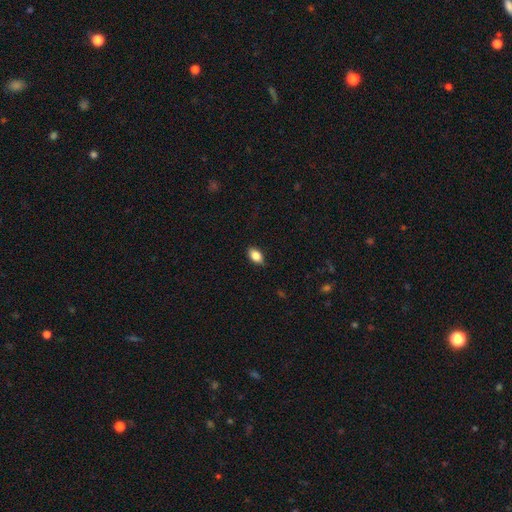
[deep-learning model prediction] Q: Smooth or featured?
A: smooth (84%); runner-up: featured or disk (8%)
Q: How rounded?
A: in between (89%); runner-up: round (8%)
Q: Merging?
A: none (84%); runner-up: minor disturbance (13%)